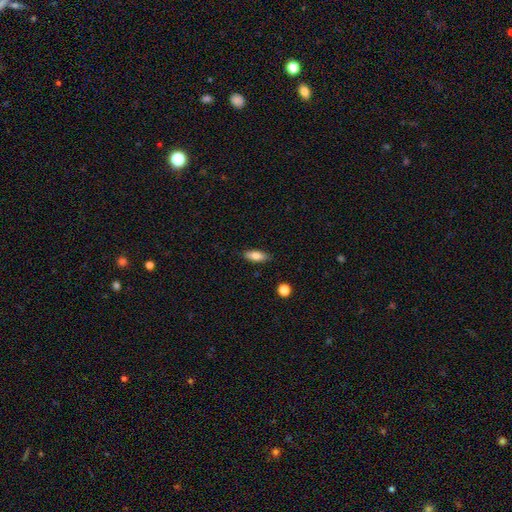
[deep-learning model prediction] The model was most divided on "how rounded": in between: 79%, cigar-shaped: 18%, round: 3%. More confident: merging — none (86%); smooth or featured — smooth (81%).